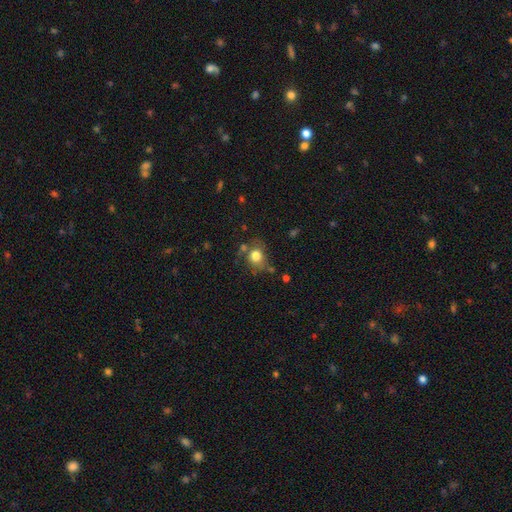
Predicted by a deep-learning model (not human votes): This is likely a smooth galaxy (78%). How rounded: likely round (70%). Merging: likely none (61%).